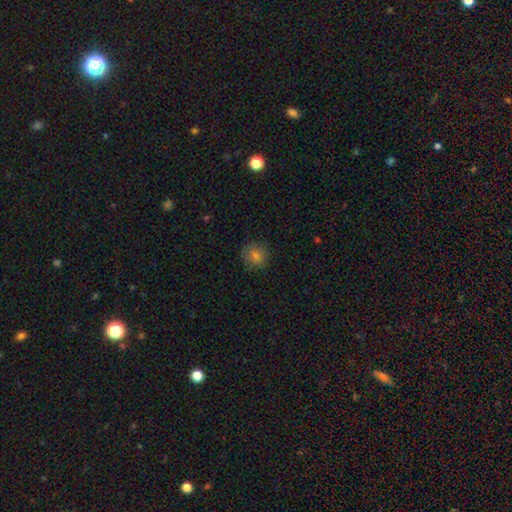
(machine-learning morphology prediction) Smooth or featured? smooth (75%)
How rounded? round (87%)
Merging? none (84%)